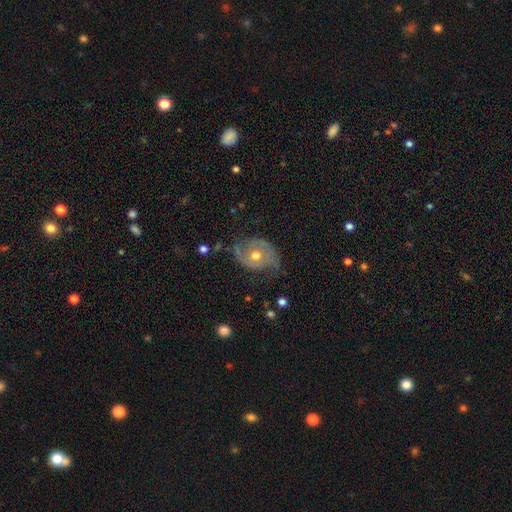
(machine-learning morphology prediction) featured or disk 76%, smooth 17%, star or artifact 7%. Down the decision tree: edge-on disk — no (96%); bar — no (78%); spiral arms — yes (84%); spiral arm count — 2 (80%); spiral winding — medium (41%); bulge size — moderate (77%); merging — none (65%).